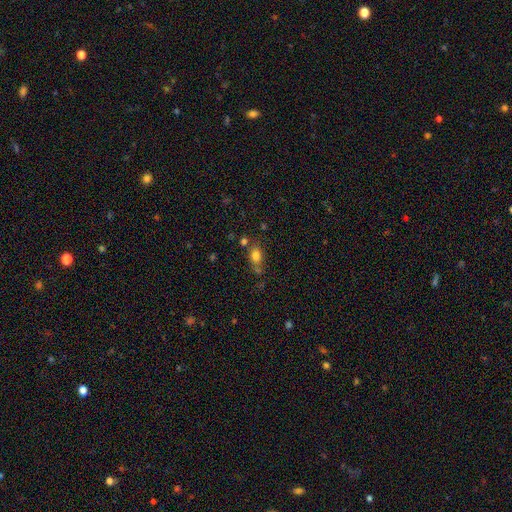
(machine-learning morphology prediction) Q: Smooth or featured?
A: smooth (79%); runner-up: star or artifact (12%)
Q: How rounded?
A: in between (69%); runner-up: round (28%)
Q: Merging?
A: none (60%); runner-up: merger (17%)